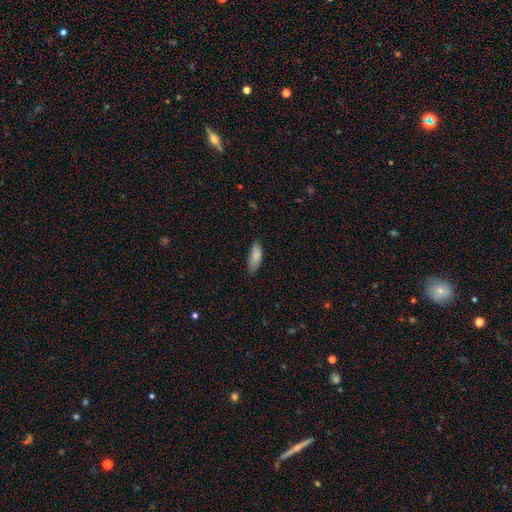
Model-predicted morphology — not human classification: A smooth galaxy with no disk features (84%) that is in between round and cigar-shaped (79%). Merging: none (76%).